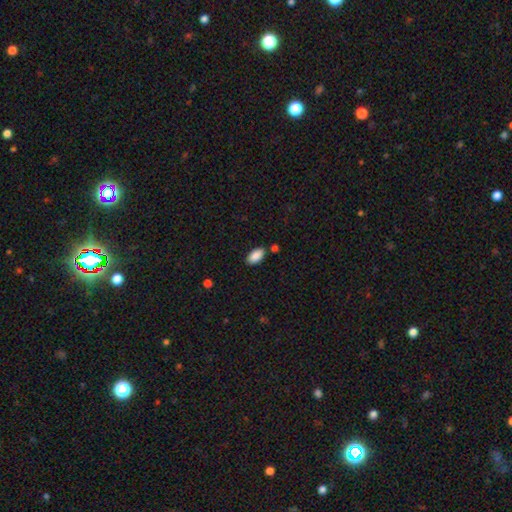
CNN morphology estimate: This appears to be a smooth galaxy with no disk features (89%) that is in between round and cigar-shaped (94%). Merging: none (82%).